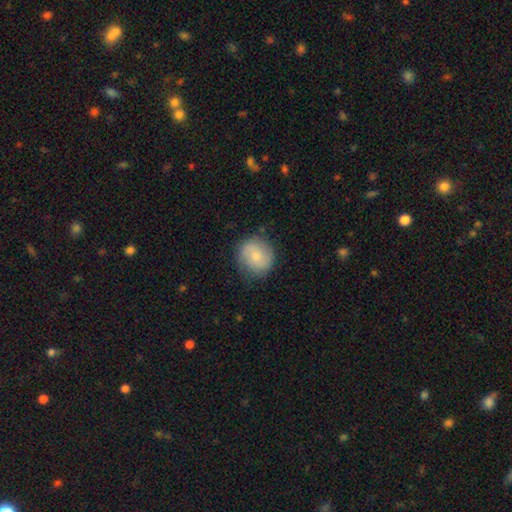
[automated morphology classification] This is likely a smooth galaxy (66%). How rounded: clearly round (87%). Merging: likely none (79%).